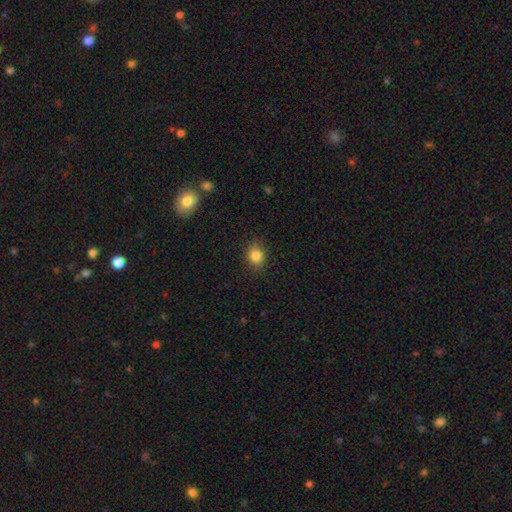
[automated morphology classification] smooth-or-featured: smooth: 84% | star or artifact: 11% | featured or disk: 5%
  how-rounded: round: 65% | in between: 34% | cigar-shaped: 1%
  merging: none: 88% | minor disturbance: 9% | major disturbance: 2% | merger: 1%